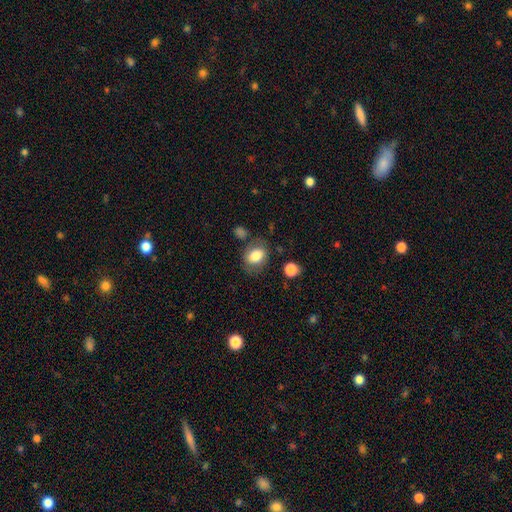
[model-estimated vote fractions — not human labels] Smooth or featured? smooth (78%)
How rounded? in between (58%)
Merging? none (70%)